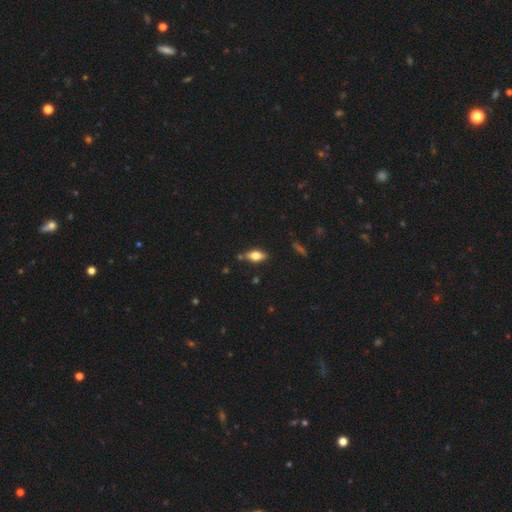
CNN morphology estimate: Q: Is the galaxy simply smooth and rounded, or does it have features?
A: smooth — 53%.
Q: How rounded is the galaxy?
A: in between — 75%.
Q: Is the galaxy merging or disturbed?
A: none — 78%.